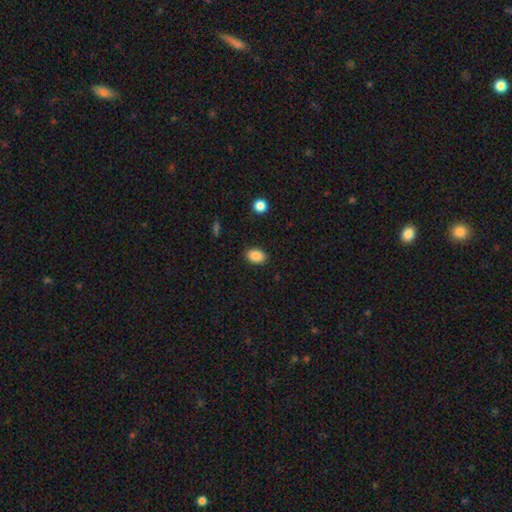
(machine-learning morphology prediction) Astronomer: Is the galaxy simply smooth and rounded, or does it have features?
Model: smooth — 88%.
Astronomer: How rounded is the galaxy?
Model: in between — 83%.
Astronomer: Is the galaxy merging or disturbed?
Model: none — 89%.